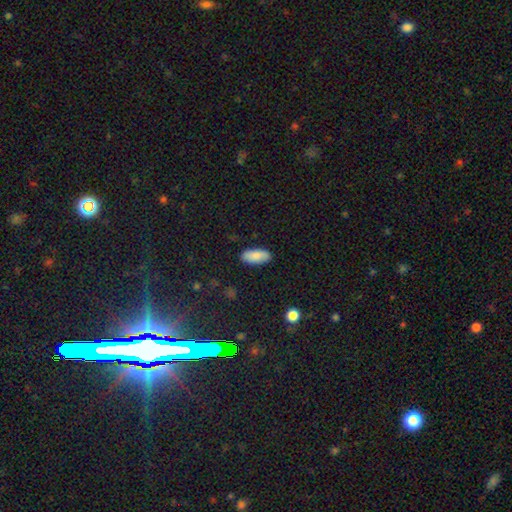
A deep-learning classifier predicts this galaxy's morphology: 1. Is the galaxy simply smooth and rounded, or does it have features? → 85% smooth, 9% featured or disk, 6% star or artifact.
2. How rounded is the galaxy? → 89% in between, 10% cigar-shaped, 2% round.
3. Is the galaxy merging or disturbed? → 87% none, 10% minor disturbance, 2% major disturbance, 1% merger.